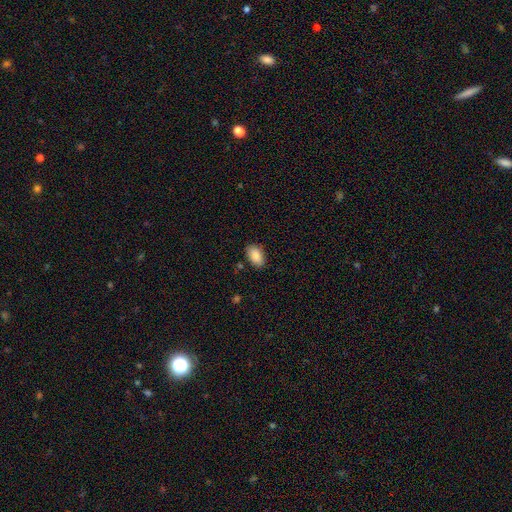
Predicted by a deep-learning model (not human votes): A smooth galaxy with no disk features (88%) that is in between round and cigar-shaped (92%).

Vote fractions:
- Smooth or featured? smooth: 88% / star or artifact: 7% / featured or disk: 5%
- How rounded? in between: 92% / round: 6% / cigar-shaped: 2%
- Merging? none: 83% / minor disturbance: 13% / major disturbance: 3% / merger: 2%